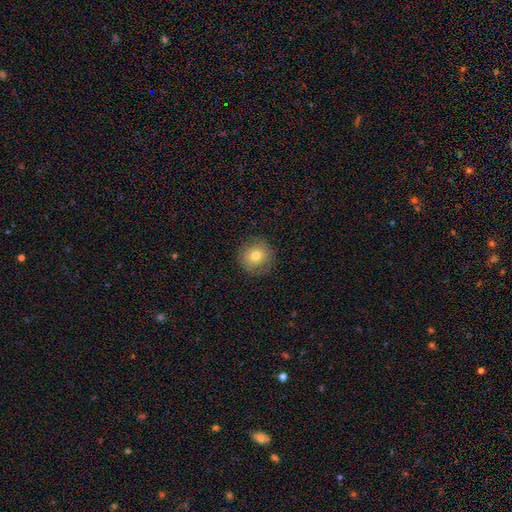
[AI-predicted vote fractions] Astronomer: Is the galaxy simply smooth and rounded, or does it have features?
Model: smooth — 72%.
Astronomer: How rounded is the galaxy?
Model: round — 92%.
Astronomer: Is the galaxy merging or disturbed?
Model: none — 85%.